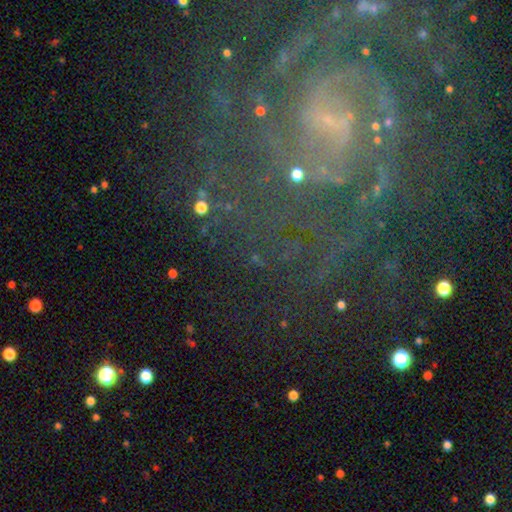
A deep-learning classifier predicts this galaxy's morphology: A featured or disk galaxy (66%) with no bar (42%), tight (54%) spiral arms (82%) and a small central bulge (62%).

Vote fractions:
- Smooth or featured? featured or disk: 66% / star or artifact: 22% / smooth: 12%
- Edge-on disk? no: 97% / yes: 3%
- Bar? no: 42% / weak: 36% / strong: 21%
- Spiral arms? yes: 82% / no: 18%
- Spiral winding? tight: 54% / medium: 32% / loose: 14%
- Spiral arm count? can't tell: 35% / 2: 24% / 3: 13% / 4: 10% / more than 4: 9% / 1: 9%
- Bulge size? small: 62% / none: 22% / moderate: 12% / large: 2% / dominant: 2%
- Merging? none: 65% / major disturbance: 16% / minor disturbance: 16% / merger: 4%